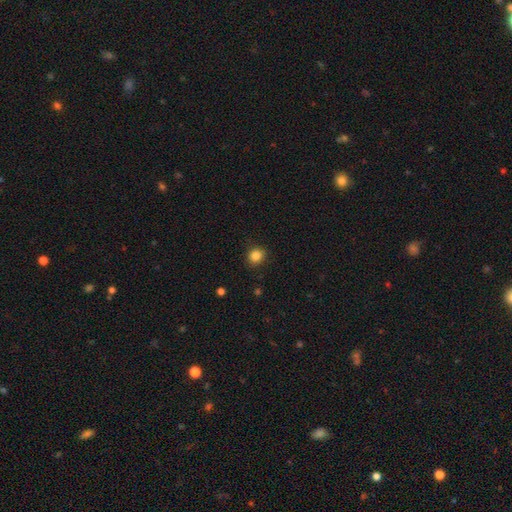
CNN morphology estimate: smooth 85%, star or artifact 11%, featured or disk 4%. Down the decision tree: how rounded — round (82%); merging — none (89%).